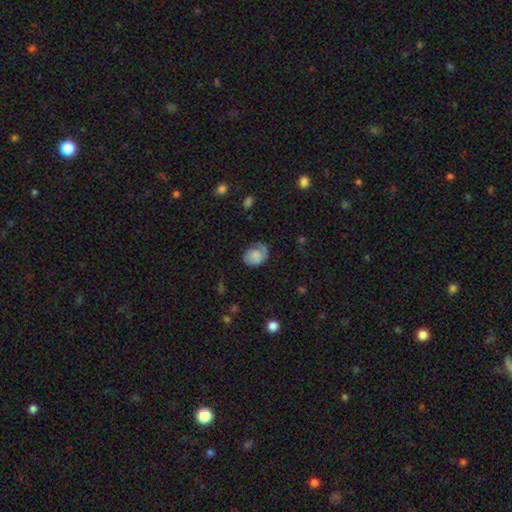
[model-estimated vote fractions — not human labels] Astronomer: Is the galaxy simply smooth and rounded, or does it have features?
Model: smooth — 66%.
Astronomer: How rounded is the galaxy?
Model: in between — 60% (runner-up: round, 39%).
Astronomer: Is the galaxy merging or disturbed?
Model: none — 53% (runner-up: minor disturbance, 30%).